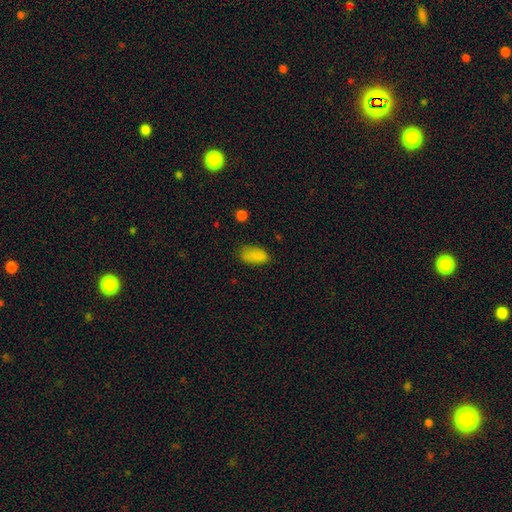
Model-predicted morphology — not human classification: Smooth or featured? smooth (84%)
How rounded? in between (92%)
Merging? none (69%)